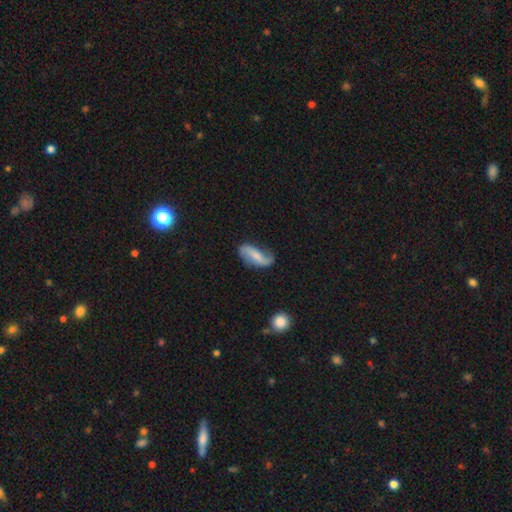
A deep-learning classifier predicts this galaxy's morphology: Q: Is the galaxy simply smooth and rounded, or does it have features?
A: featured or disk — 68%.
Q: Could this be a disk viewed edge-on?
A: no — 93%.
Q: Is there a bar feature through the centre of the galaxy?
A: weak — 37%.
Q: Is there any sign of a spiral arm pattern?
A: yes — 92%.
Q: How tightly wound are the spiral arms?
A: loose — 76%.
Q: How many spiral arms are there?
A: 2 — 89%.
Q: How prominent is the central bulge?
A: small — 38%.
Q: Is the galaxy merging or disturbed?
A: none — 66%.